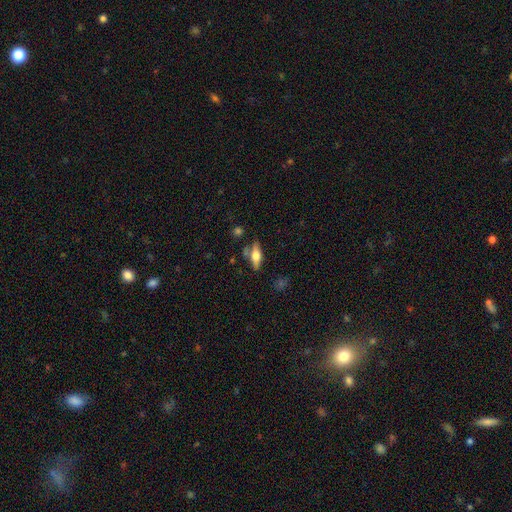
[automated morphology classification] smooth 49%, featured or disk 43%, star or artifact 8%. Down the decision tree: merging — none (69%).